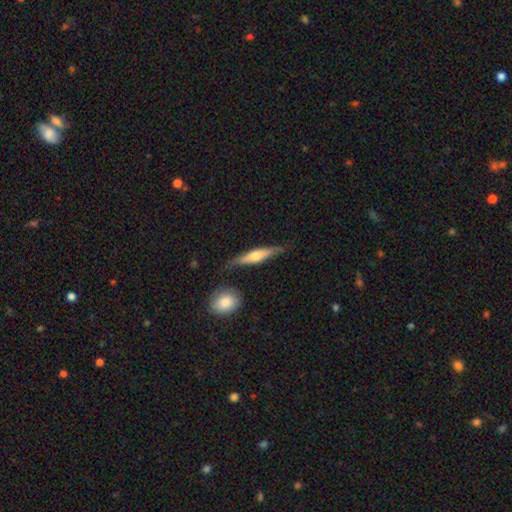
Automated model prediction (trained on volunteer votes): smooth_or_featured: featured or disk (p=0.52) [alt: smooth p=0.43]
disk_edge_on: yes (p=0.91) [alt: no p=0.09]
merging: none (p=0.76) [alt: minor disturbance p=0.15]